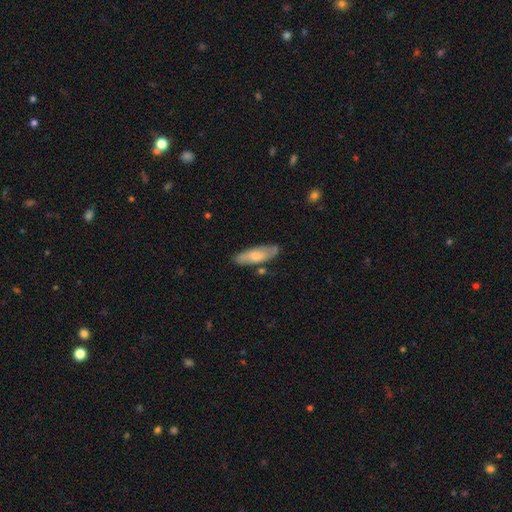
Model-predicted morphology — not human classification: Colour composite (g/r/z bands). It shows a smooth galaxy with no disk features (64%) that is in between round and cigar-shaped (53%). Merging: none (77%).